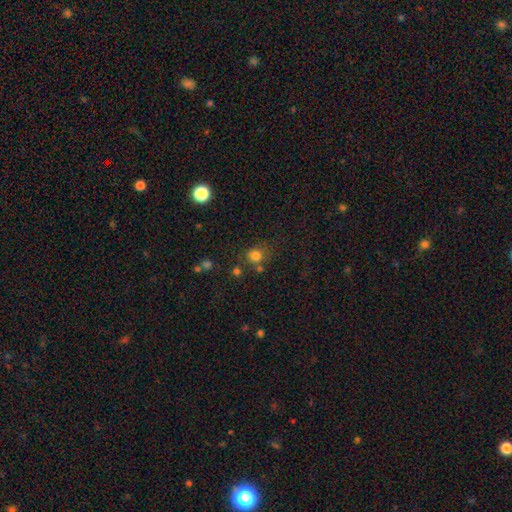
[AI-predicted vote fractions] Smooth or featured? Predicted: smooth (p=0.77). How rounded? Predicted: round (p=0.83). Merging? Predicted: none (p=0.68).